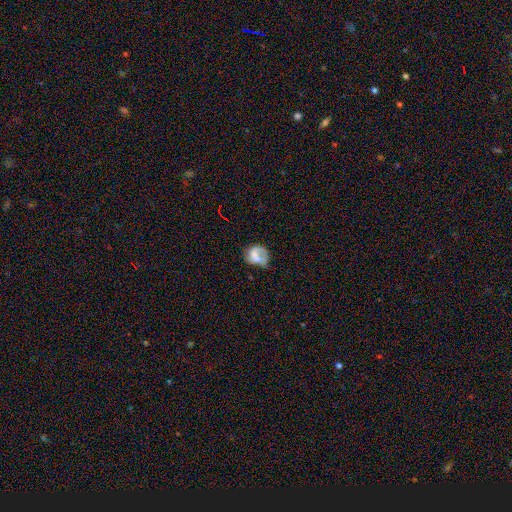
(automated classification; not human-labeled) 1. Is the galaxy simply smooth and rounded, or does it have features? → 52% smooth, 38% featured or disk, 10% star or artifact.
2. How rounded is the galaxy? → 55% round, 44% in between, 1% cigar-shaped.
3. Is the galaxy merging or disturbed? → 37% none, 32% major disturbance, 26% minor disturbance, 6% merger.